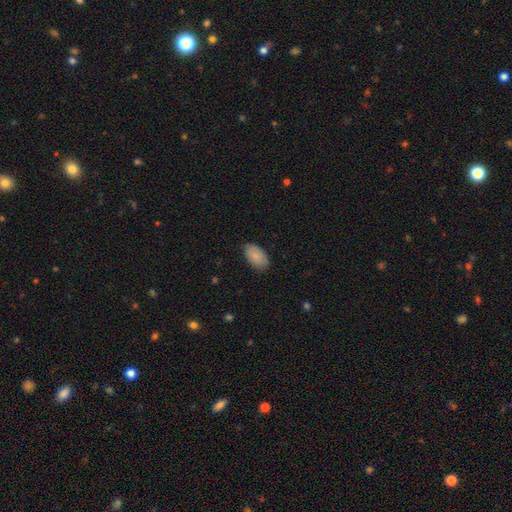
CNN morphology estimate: A smooth galaxy with no disk features (86%) that is in between round and cigar-shaped (94%). Merging: none (83%).